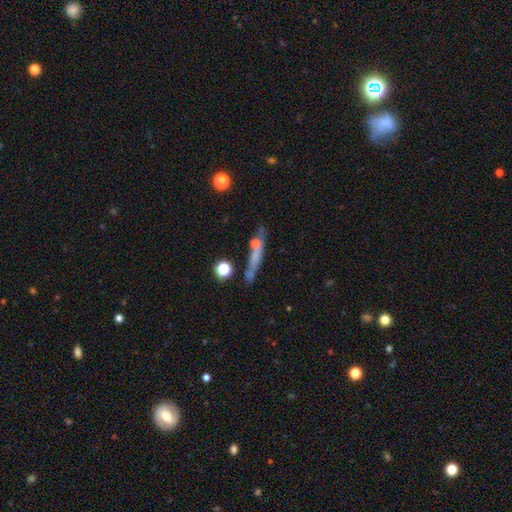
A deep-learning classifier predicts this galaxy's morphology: Smooth or featured? Predicted: smooth (p=0.48). Merging? Predicted: none (p=0.64).